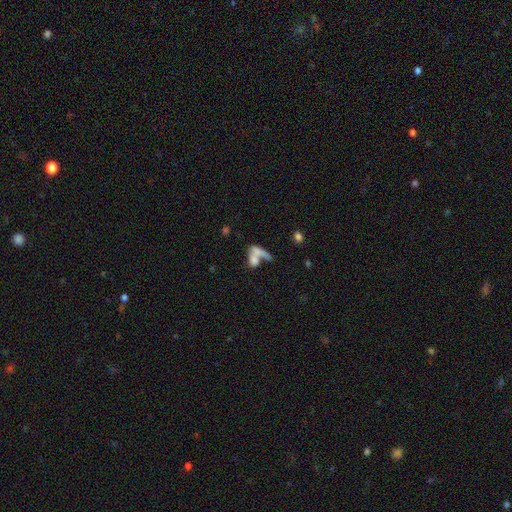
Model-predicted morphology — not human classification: smooth 67%, featured or disk 23%, star or artifact 11%. Down the decision tree: how rounded — in between (64%); merging — merger (58%).